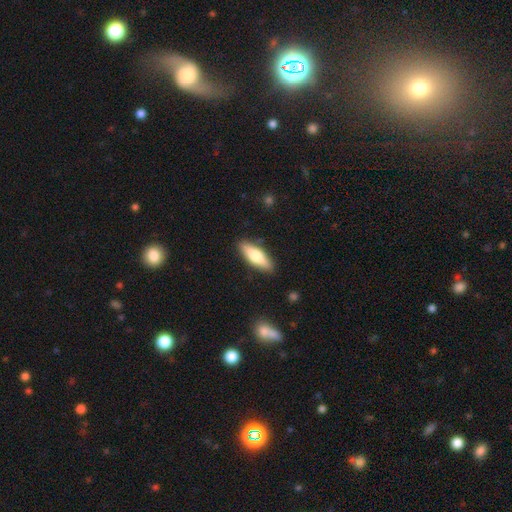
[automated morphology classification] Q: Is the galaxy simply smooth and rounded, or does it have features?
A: smooth — 67%.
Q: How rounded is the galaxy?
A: in between — 55%.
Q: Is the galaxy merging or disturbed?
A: none — 87%.